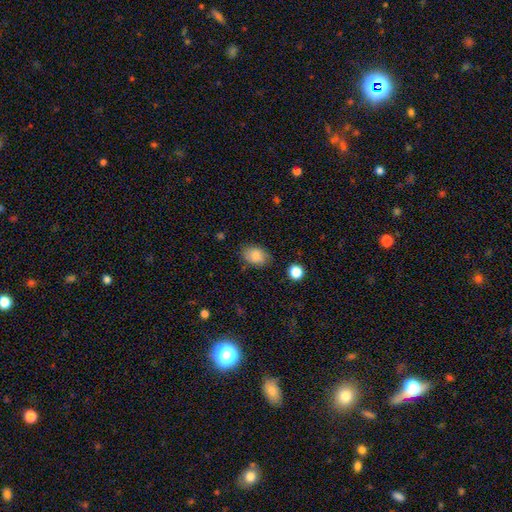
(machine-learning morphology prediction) smooth-or-featured: smooth: 84% | star or artifact: 8% | featured or disk: 8%
  how-rounded: in between: 81% | round: 18% | cigar-shaped: 1%
  merging: none: 79% | minor disturbance: 16% | major disturbance: 4% | merger: 2%